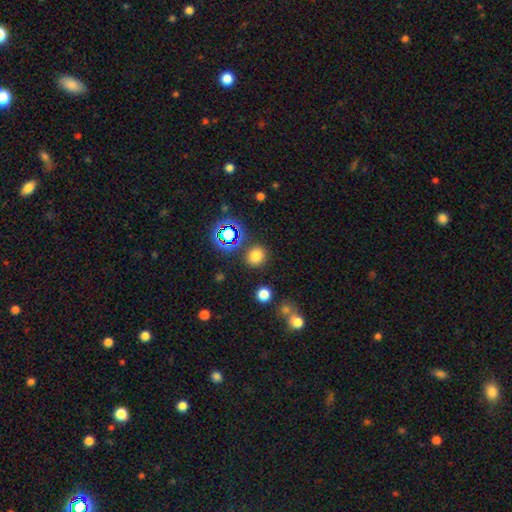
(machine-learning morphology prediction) smooth 74%, star or artifact 20%, featured or disk 6%. Down the decision tree: how rounded — round (78%); merging — none (84%).